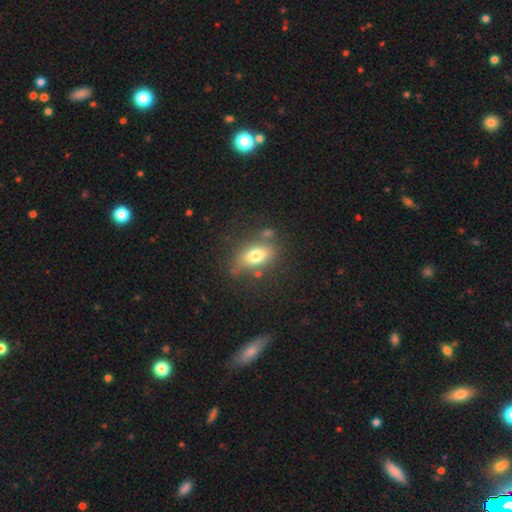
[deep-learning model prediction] The model was most divided on "merging": none: 68%, minor disturbance: 17%, merger: 9%, major disturbance: 7%. More confident: how rounded — in between (82%); smooth or featured — smooth (73%).